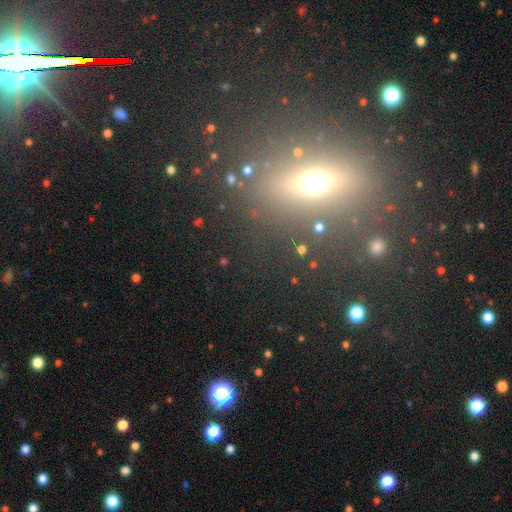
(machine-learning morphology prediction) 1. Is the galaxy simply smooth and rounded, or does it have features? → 39% star or artifact, 36% smooth, 25% featured or disk.